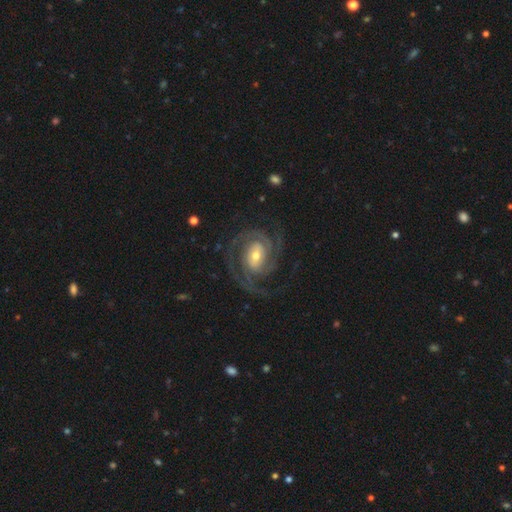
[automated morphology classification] This appears to be a featured or disk galaxy (92%) with a weak bar (40%), 2 (51%) tight (59%) spiral arms (98%) and a moderate central bulge (55%). Merging: none (76%).